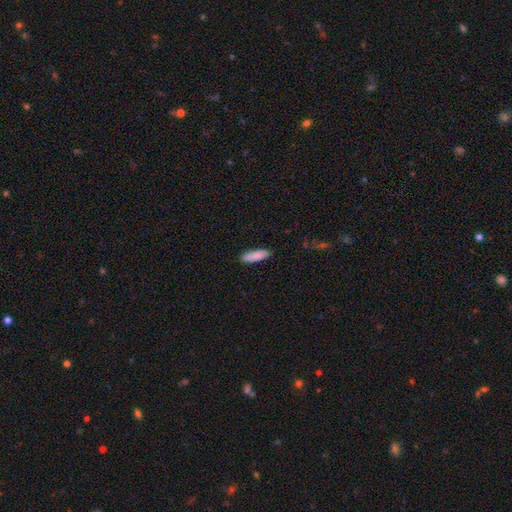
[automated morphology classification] The model was most divided on "how rounded": cigar-shaped: 63%, in between: 36%, round: 1%. More confident: merging — none (88%); smooth or featured — smooth (88%).